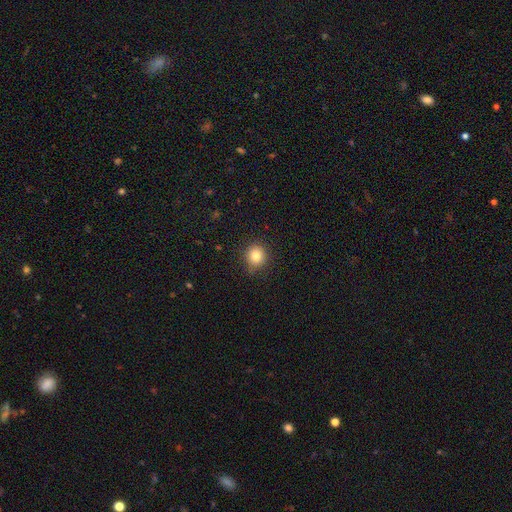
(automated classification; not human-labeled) Q: Smooth or featured?
A: smooth (82%); runner-up: star or artifact (11%)
Q: How rounded?
A: round (88%); runner-up: in between (11%)
Q: Merging?
A: none (84%); runner-up: minor disturbance (12%)